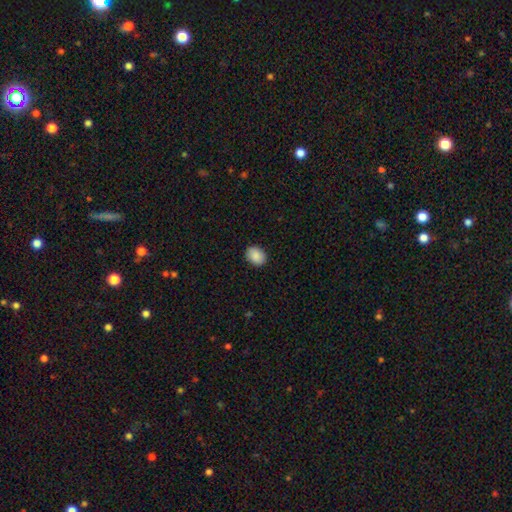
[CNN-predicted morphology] smooth_or_featured: smooth (p=0.89) [alt: star or artifact p=0.07]
how_rounded: in between (p=0.62) [alt: round p=0.37]
merging: none (p=0.90) [alt: minor disturbance p=0.07]